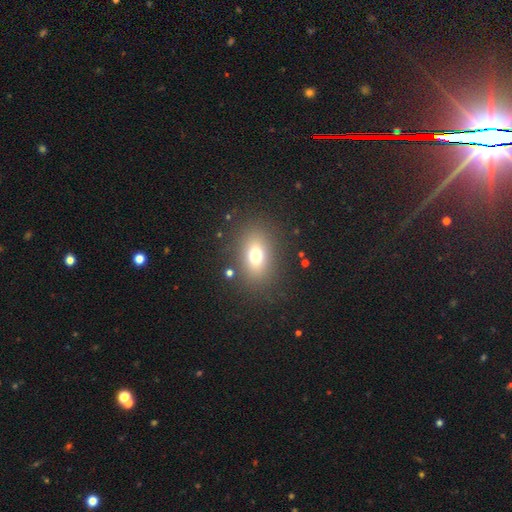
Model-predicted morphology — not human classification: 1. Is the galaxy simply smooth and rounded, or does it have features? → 70% smooth, 16% star or artifact, 14% featured or disk.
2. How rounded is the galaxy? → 68% in between, 30% round, 2% cigar-shaped.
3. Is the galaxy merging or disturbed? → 83% none, 9% minor disturbance, 6% major disturbance, 2% merger.